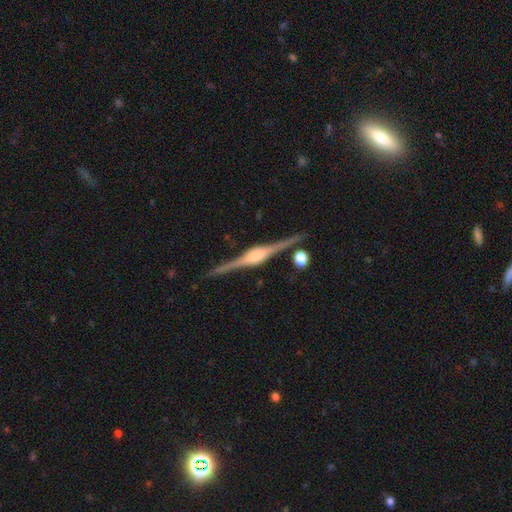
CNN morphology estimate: smooth-or-featured: featured or disk: 90% | smooth: 5% | star or artifact: 5%
  disk-edge-on: yes: 98% | no: 2%
    edge-on-bulge: rounded: 73% | boxy: 25% | none: 3%
  merging: none: 87% | minor disturbance: 9% | merger: 2% | major disturbance: 2%